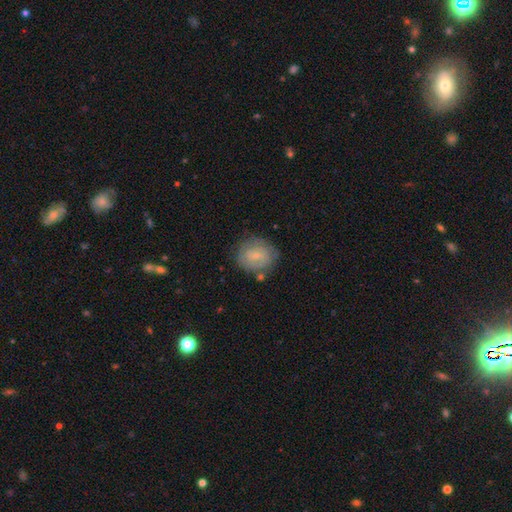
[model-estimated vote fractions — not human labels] Q: Smooth or featured?
A: smooth (52%); runner-up: featured or disk (40%)
Q: How rounded?
A: round (77%); runner-up: in between (22%)
Q: Merging?
A: none (70%); runner-up: minor disturbance (19%)